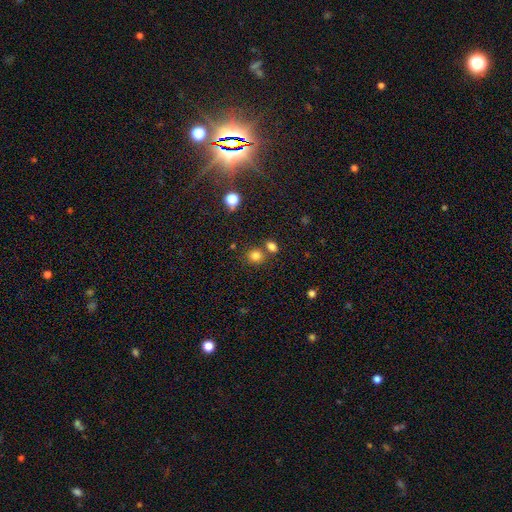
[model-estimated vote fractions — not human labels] Smooth or featured? Predicted: smooth (p=0.80). How rounded? Predicted: round (p=0.76). Merging? Predicted: none (p=0.65).